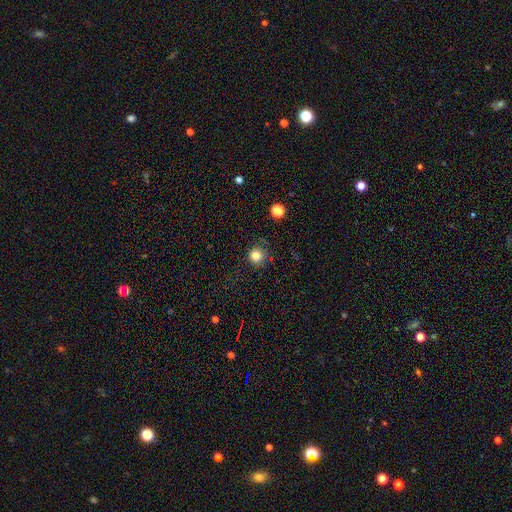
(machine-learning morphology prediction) Overall: smooth (83%). How rounded: round (94%). Merging: none (86%).